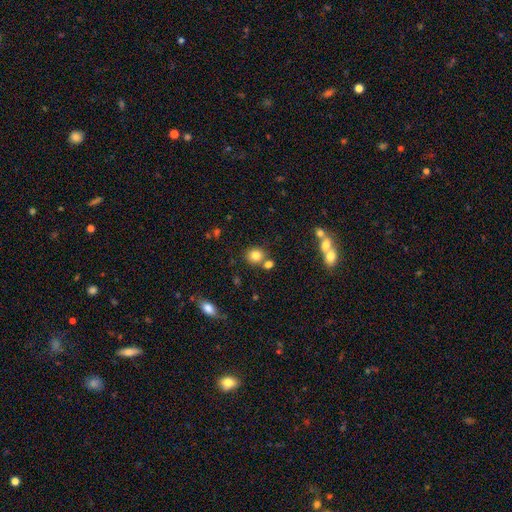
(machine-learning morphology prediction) Smooth or featured?
  - smooth: 81% *
  - star or artifact: 12%
  - featured or disk: 7%
How rounded?
  - round: 83% *
  - in between: 16%
  - cigar-shaped: 1%
Merging?
  - none: 67% *
  - merger: 20%
  - minor disturbance: 9%
  - major disturbance: 3%